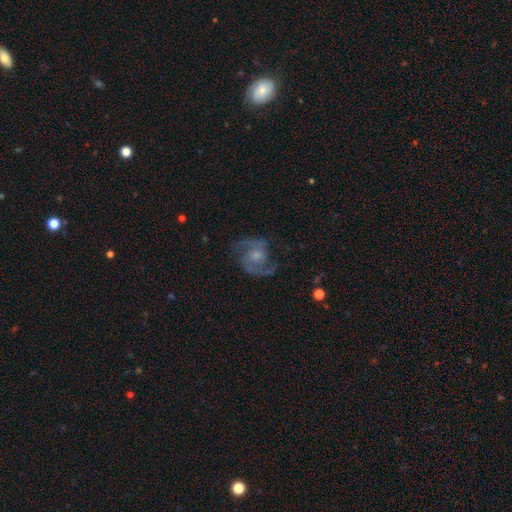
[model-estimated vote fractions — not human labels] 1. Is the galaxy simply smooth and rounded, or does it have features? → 87% featured or disk, 7% smooth, 6% star or artifact.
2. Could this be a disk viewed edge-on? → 98% no, 2% yes.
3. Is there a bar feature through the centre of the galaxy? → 58% no, 36% weak, 7% strong.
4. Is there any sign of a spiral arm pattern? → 97% yes, 3% no.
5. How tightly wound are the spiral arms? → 59% medium, 22% loose, 19% tight.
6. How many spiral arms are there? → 91% 2, 3% can't tell, 2% 3, 2% 1, 1% 4, 1% more than 4.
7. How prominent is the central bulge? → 44% small, 37% moderate, 12% none, 5% large, 1% dominant.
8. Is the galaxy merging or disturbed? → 75% none, 14% minor disturbance, 9% major disturbance, 1% merger.